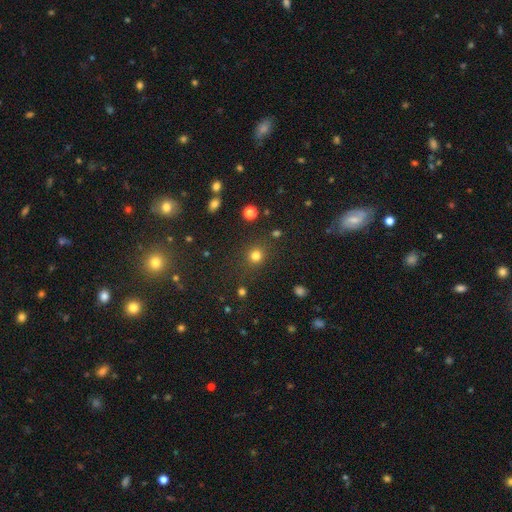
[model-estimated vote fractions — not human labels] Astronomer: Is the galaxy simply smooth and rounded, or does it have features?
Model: smooth — 79%.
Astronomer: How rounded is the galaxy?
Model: round — 87%.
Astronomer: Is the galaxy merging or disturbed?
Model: none — 85%.